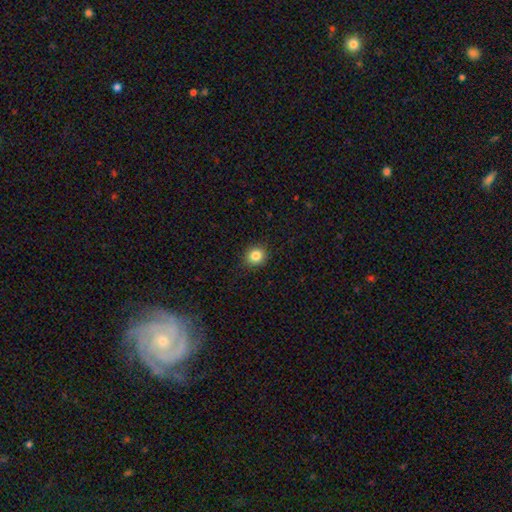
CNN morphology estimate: smooth_or_featured: smooth (p=0.84) [alt: star or artifact p=0.11]
how_rounded: round (p=0.83) [alt: in between p=0.17]
merging: none (p=0.90) [alt: minor disturbance p=0.07]